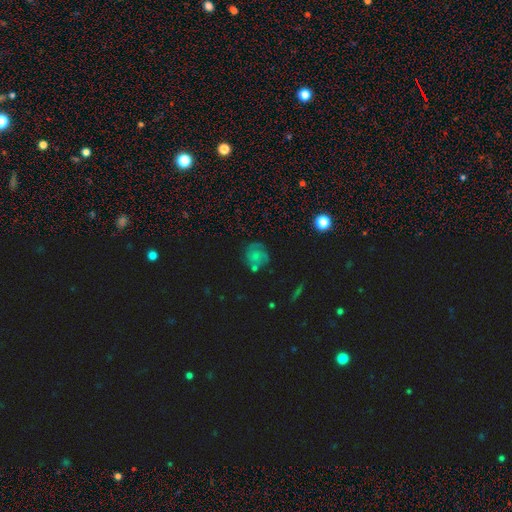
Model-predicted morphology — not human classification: This is marginally a smooth galaxy (44%). Merging: likely none (61%).